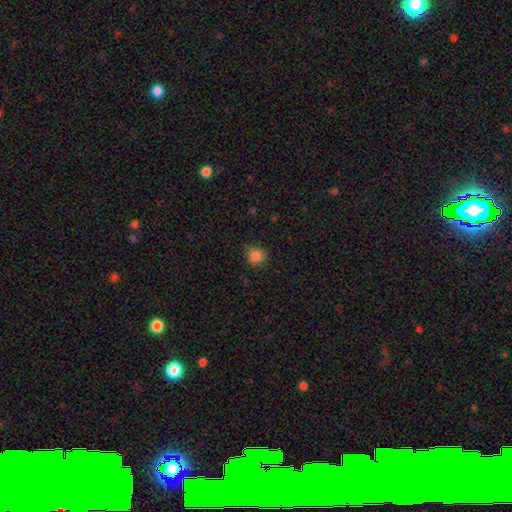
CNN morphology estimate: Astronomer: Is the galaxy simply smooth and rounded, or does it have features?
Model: smooth — 85%.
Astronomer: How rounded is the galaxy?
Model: round — 87%.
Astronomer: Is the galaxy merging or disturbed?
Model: none — 80%.